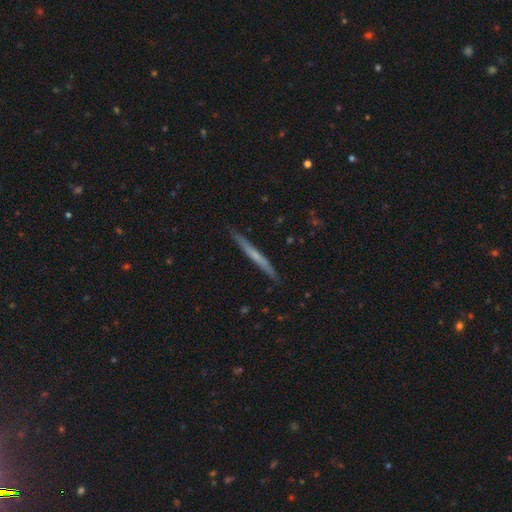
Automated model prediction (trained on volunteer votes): The model was most divided on "smooth or featured": featured or disk: 51%, smooth: 44%, star or artifact: 6%. More confident: edge-on disk — yes (97%); merging — none (90%).